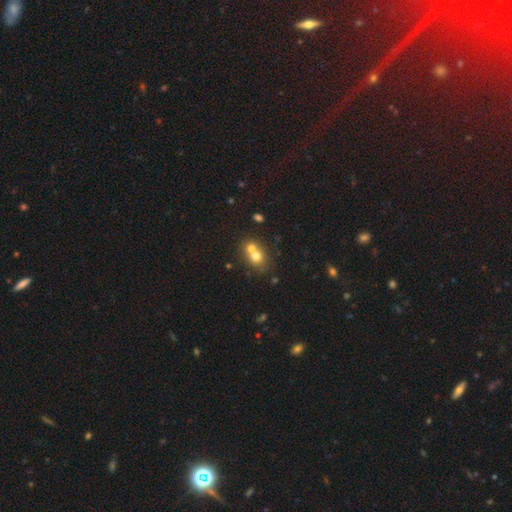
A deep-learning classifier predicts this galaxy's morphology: A smooth galaxy with no disk features (67%) that is round (69%).

Vote fractions:
- Smooth or featured? smooth: 67% / featured or disk: 20% / star or artifact: 13%
- How rounded? round: 69% / in between: 30% / cigar-shaped: 1%
- Merging? merger: 59% / none: 32% / minor disturbance: 6% / major disturbance: 3%